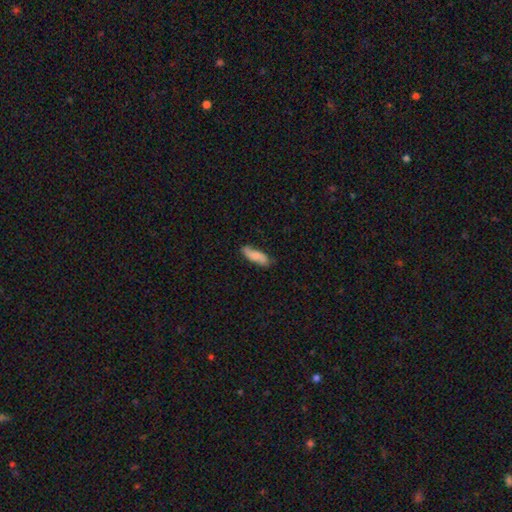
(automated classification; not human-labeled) This is likely a smooth galaxy (73%). How rounded: possibly in between (57%). Merging: likely none (75%).